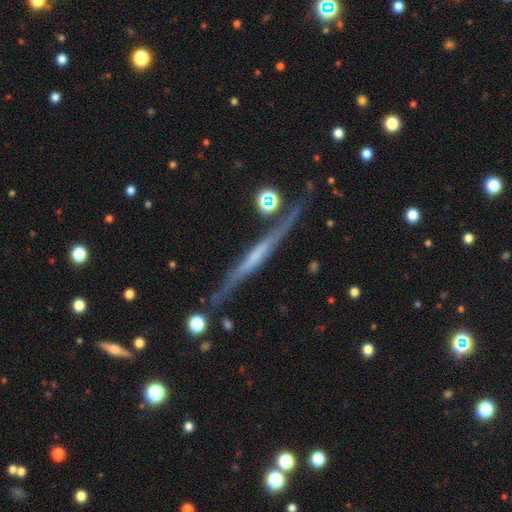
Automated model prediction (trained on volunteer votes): This appears to be a featured or disk galaxy (72%) viewed edge-on (95%) with no central bulge (61%). Merging: none (79%).